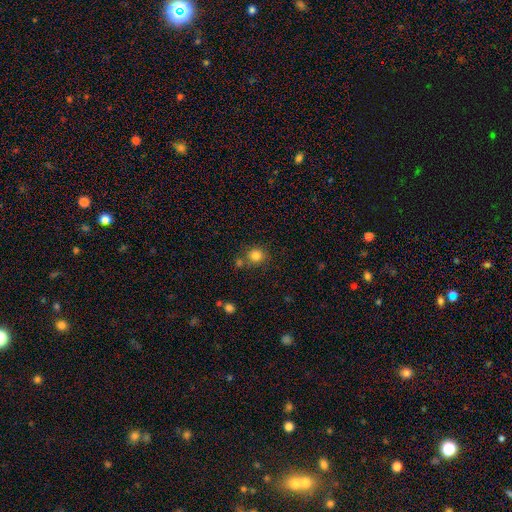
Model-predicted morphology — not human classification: A smooth galaxy with no disk features (82%) that is round (88%). Merging: none (73%).